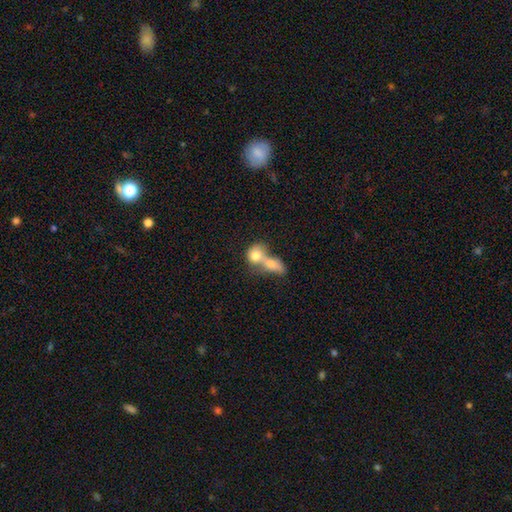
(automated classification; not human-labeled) Overall: smooth (75%). How rounded: in between (49%; round 48%). Merging: merger (78%).